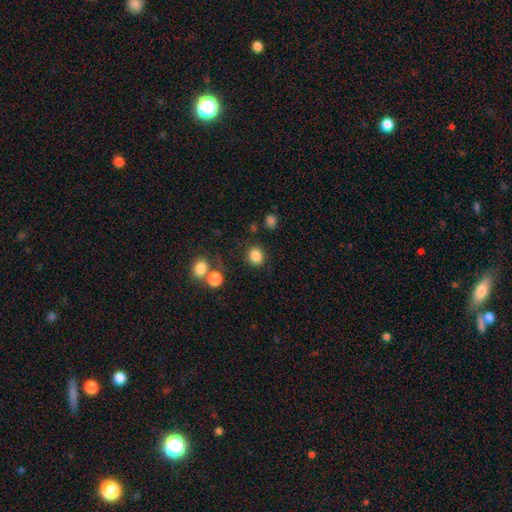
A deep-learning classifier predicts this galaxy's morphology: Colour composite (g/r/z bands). It shows a smooth galaxy with no disk features (85%) that is round (76%). Merging: none (82%).